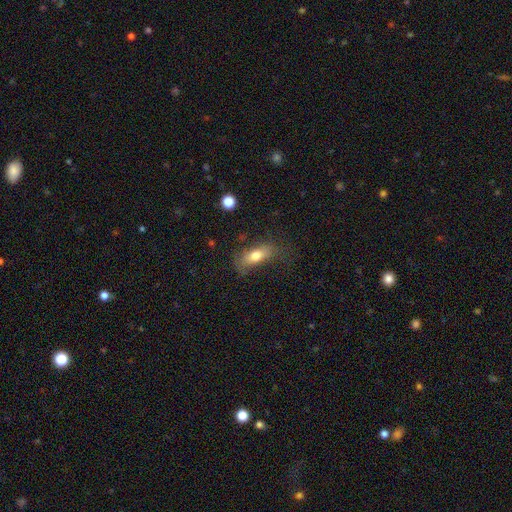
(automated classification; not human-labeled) Smooth or featured?
  - smooth: 72% *
  - featured or disk: 19%
  - star or artifact: 8%
How rounded?
  - in between: 76% *
  - cigar-shaped: 19%
  - round: 5%
Merging?
  - none: 57% *
  - minor disturbance: 25%
  - major disturbance: 15%
  - merger: 2%